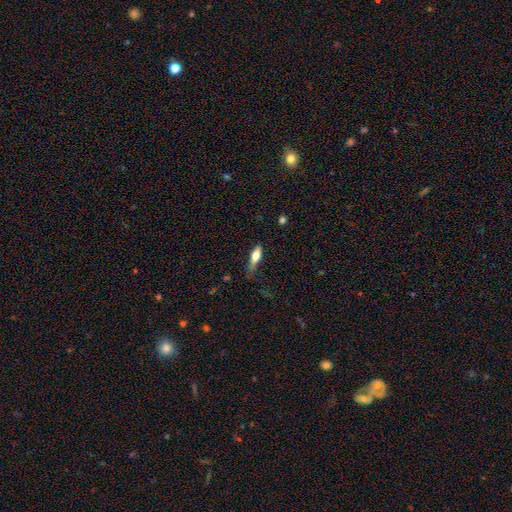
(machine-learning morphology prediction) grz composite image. It shows a smooth galaxy with no disk features (63%) that is in between round and cigar-shaped (59%). Merging: none (56%).